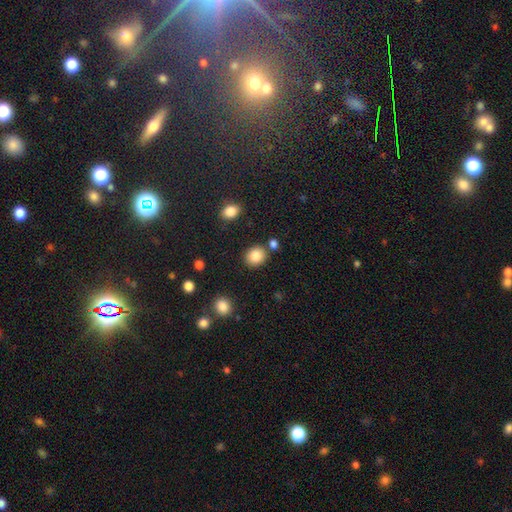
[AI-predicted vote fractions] The model was most divided on "how rounded": round: 66%, in between: 33%, cigar-shaped: 1%. More confident: smooth or featured — smooth (85%); merging — none (81%).